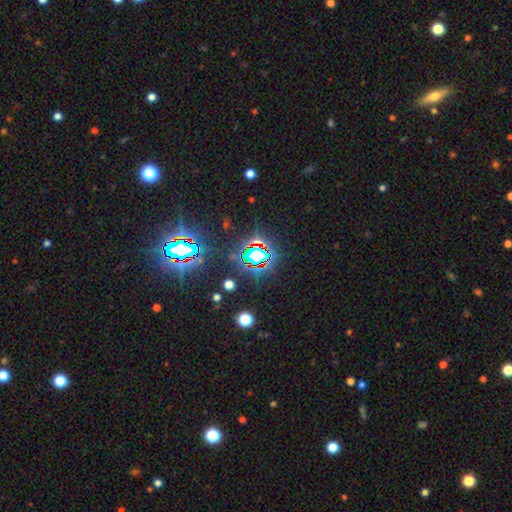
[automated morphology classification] Overall: star or artifact (75%).